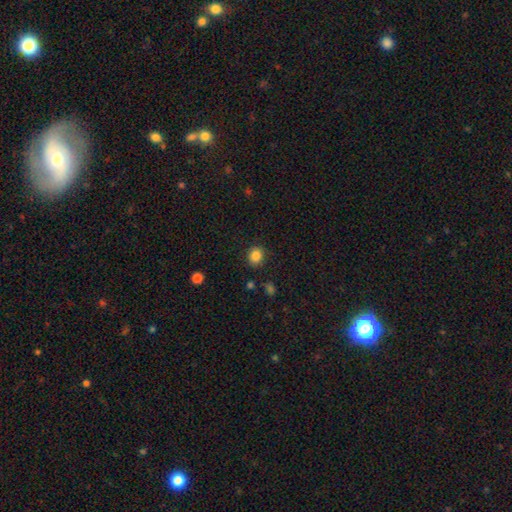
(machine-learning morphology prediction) This appears to be a smooth galaxy with no disk features (85%) that is round (74%). Merging: none (87%).